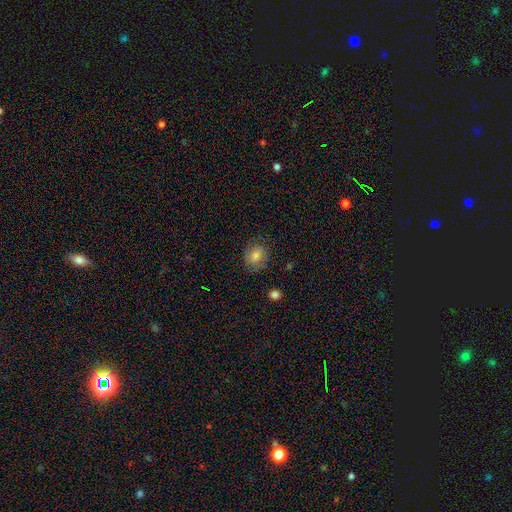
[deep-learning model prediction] A smooth galaxy with no disk features (64%) that is round (69%).

Vote fractions:
- Smooth or featured? smooth: 64% / featured or disk: 25% / star or artifact: 12%
- How rounded? round: 69% / in between: 30% / cigar-shaped: 1%
- Merging? none: 80% / minor disturbance: 14% / major disturbance: 5% / merger: 1%